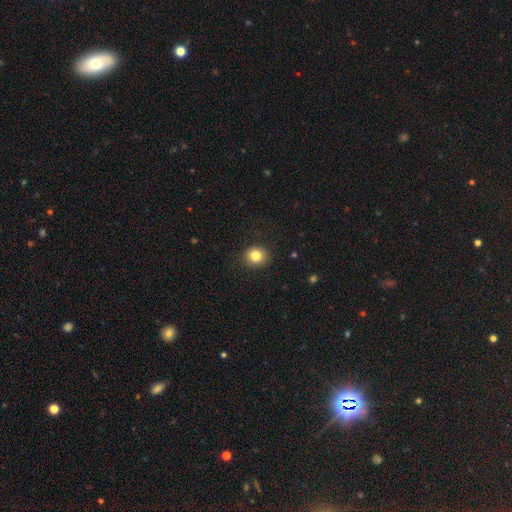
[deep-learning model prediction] Smooth or featured: smooth — 82% (star or artifact — 11%)
How rounded: round — 83% (in between — 16%)
Merging: none — 90% (minor disturbance — 7%)